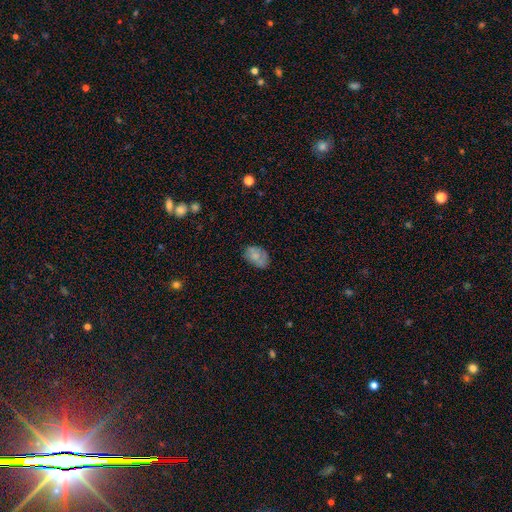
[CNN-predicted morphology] type=smooth (66%); roundness=in between (86%); merging=none (69%).